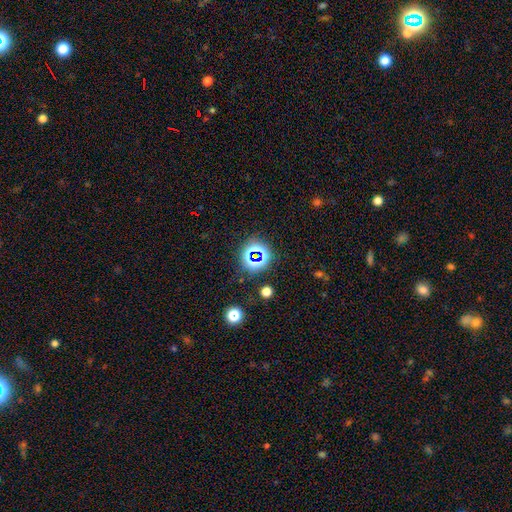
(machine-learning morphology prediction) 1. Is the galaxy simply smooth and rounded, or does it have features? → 66% star or artifact, 24% smooth, 9% featured or disk.